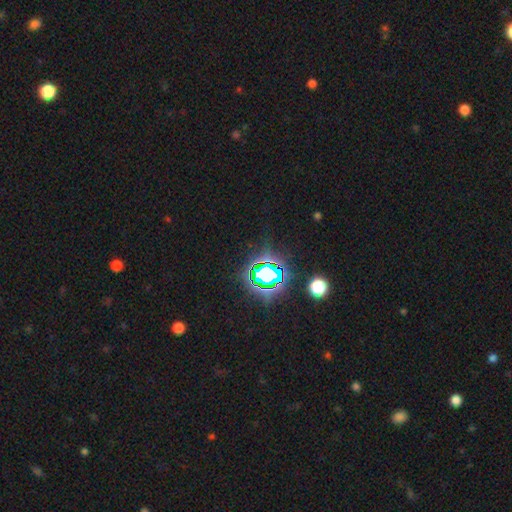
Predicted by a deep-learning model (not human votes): Q: Smooth or featured?
A: star or artifact (82%); runner-up: smooth (12%)